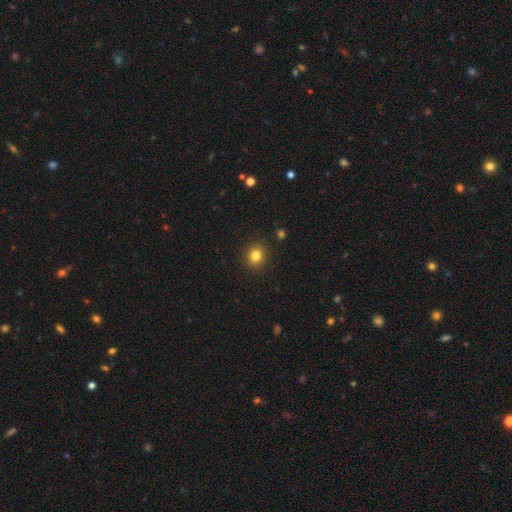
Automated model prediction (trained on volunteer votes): Smooth or featured: smooth — 82% (star or artifact — 12%)
How rounded: round — 87% (in between — 12%)
Merging: none — 91% (minor disturbance — 6%)